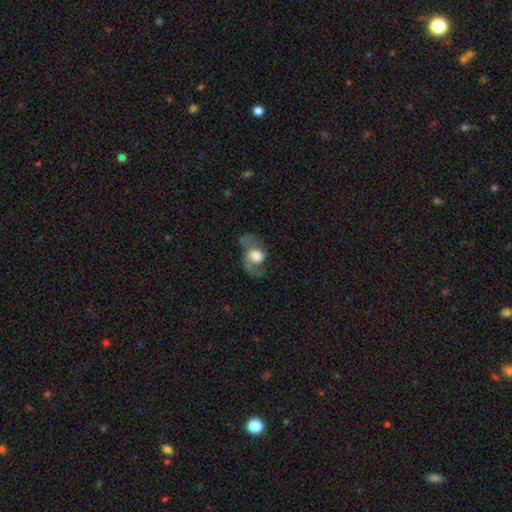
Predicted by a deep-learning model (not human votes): A featured or disk galaxy (49%).

Vote fractions:
- Smooth or featured? featured or disk: 49% / smooth: 42% / star or artifact: 9%
- Merging? none: 39% / major disturbance: 37% / minor disturbance: 21% / merger: 3%